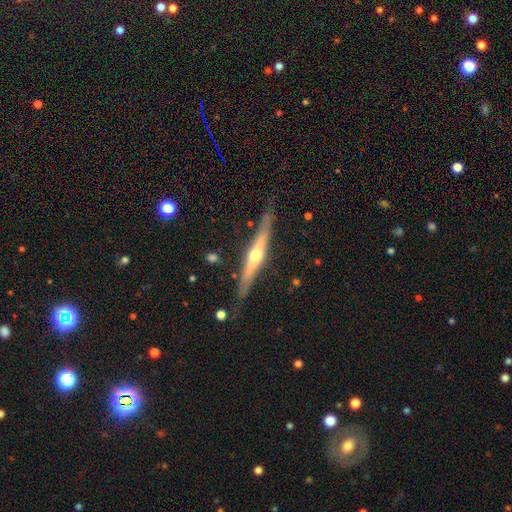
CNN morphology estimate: featured or disk 77%, smooth 18%, star or artifact 6%. Down the decision tree: edge-on disk — yes (97%); edge-on bulge — rounded (91%); merging — none (84%).